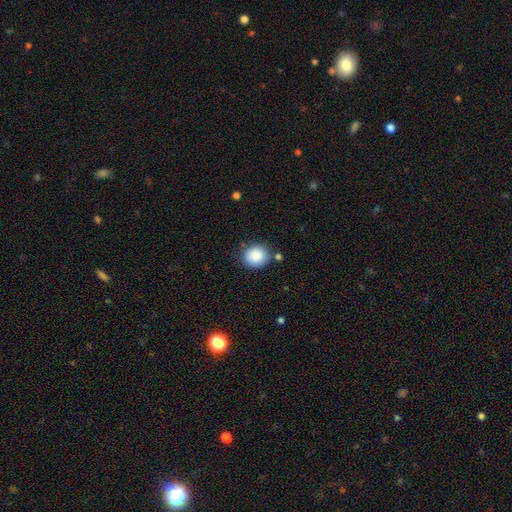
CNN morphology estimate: Smooth or featured?
  - smooth: 87% *
  - star or artifact: 8%
  - featured or disk: 5%
How rounded?
  - round: 76% *
  - in between: 23%
  - cigar-shaped: 1%
Merging?
  - none: 81% *
  - minor disturbance: 11%
  - merger: 5%
  - major disturbance: 3%